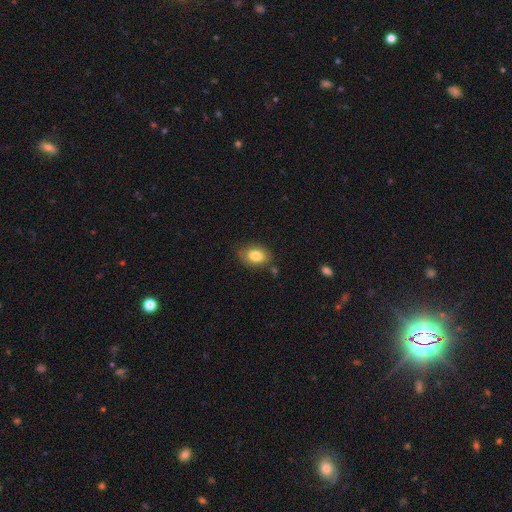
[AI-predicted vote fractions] Smooth or featured?
  - smooth: 82% *
  - featured or disk: 10%
  - star or artifact: 8%
How rounded?
  - in between: 80% *
  - round: 18%
  - cigar-shaped: 1%
Merging?
  - none: 78% *
  - minor disturbance: 16%
  - major disturbance: 3%
  - merger: 3%